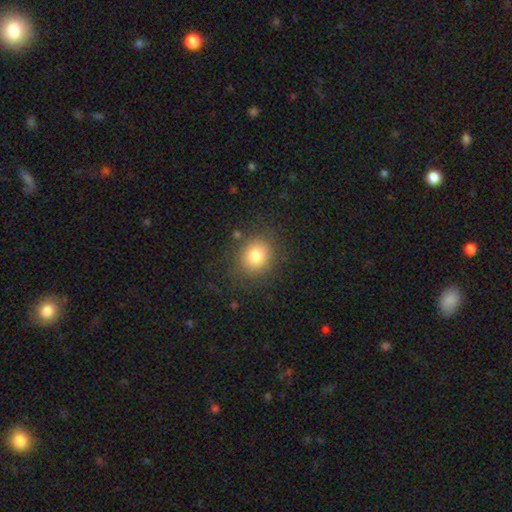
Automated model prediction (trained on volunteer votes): smooth_or_featured: smooth (p=0.81) [alt: star or artifact p=0.11]
how_rounded: round (p=0.76) [alt: in between p=0.23]
merging: none (p=0.83) [alt: minor disturbance p=0.11]